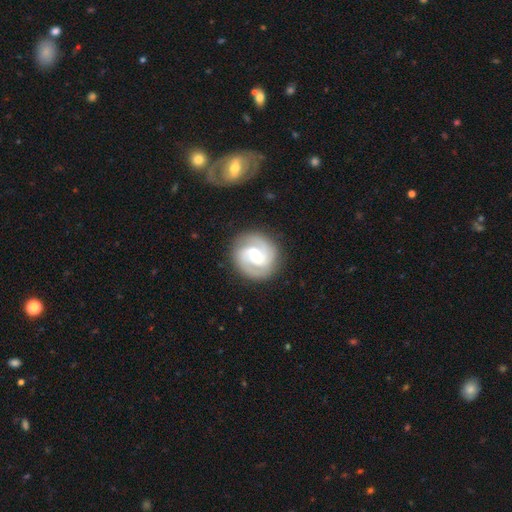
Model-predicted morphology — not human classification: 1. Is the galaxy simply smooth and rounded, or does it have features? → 87% featured or disk, 8% smooth, 4% star or artifact.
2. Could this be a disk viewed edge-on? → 98% no, 2% yes.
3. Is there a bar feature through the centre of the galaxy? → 50% weak, 32% no, 18% strong.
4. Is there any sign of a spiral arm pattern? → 98% yes, 2% no.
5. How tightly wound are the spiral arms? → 46% medium, 45% tight, 8% loose.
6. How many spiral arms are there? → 68% 2, 20% 3, 5% can't tell, 2% 4, 2% 1, 2% more than 4.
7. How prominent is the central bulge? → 48% moderate, 46% small, 4% large, 2% none, 1% dominant.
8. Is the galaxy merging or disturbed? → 85% none, 10% minor disturbance, 3% major disturbance, 1% merger.